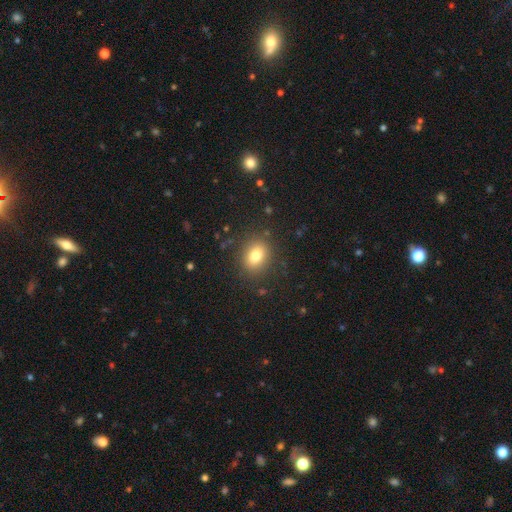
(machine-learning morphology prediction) The model was most divided on "how rounded": in between: 56%, round: 42%, cigar-shaped: 1%. More confident: merging — none (86%); smooth or featured — smooth (79%).